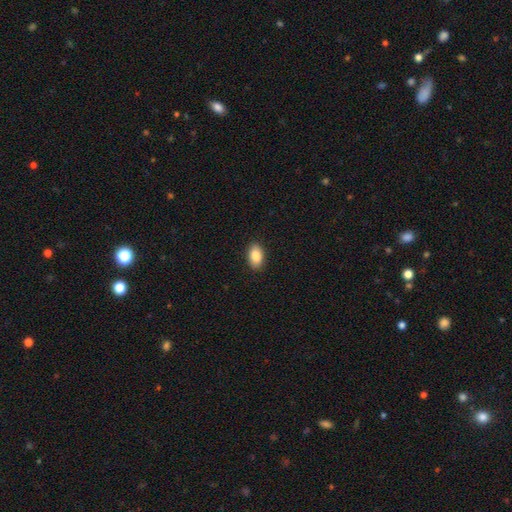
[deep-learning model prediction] Overall: smooth (88%). How rounded: in between (93%). Merging: none (90%).